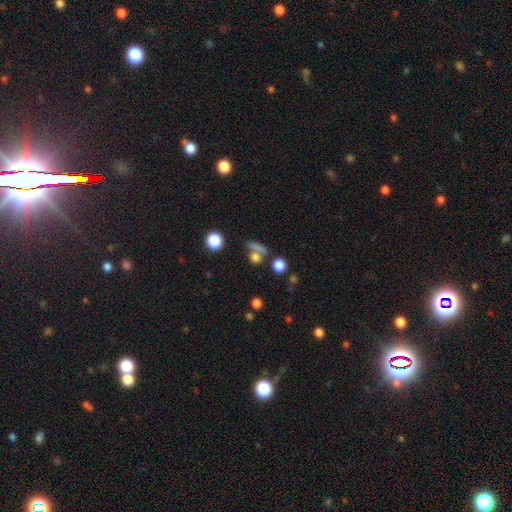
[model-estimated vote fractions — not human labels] Smooth or featured? smooth (73%)
How rounded? round (65%)
Merging? none (51%)